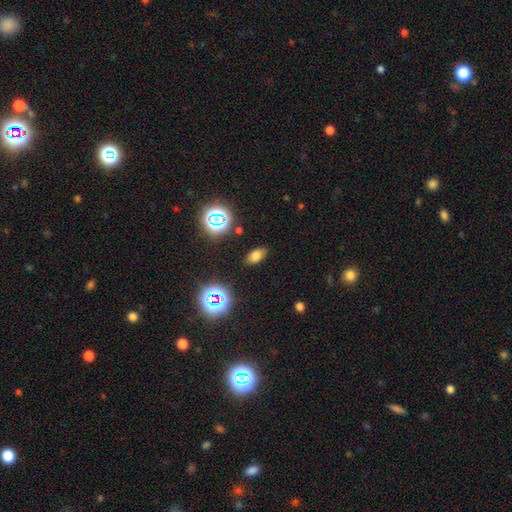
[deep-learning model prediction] Morphology: type=smooth (71%); roundness=in between (88%); merging=none (86%).